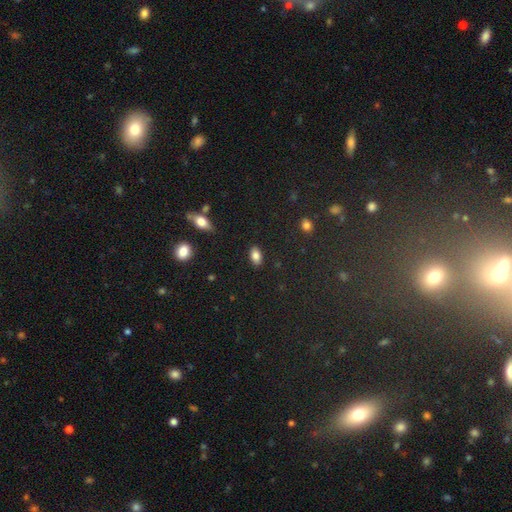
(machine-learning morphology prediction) smooth_or_featured: smooth (p=0.84) [alt: star or artifact p=0.09]
how_rounded: in between (p=0.90) [alt: round p=0.07]
merging: none (p=0.88) [alt: minor disturbance p=0.09]